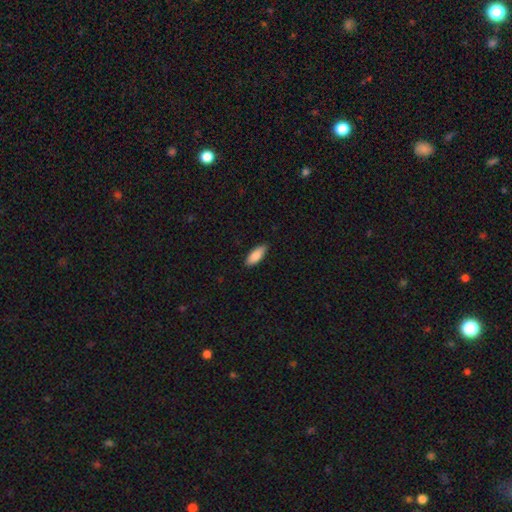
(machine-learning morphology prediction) Smooth or featured? smooth (86%)
How rounded? in between (77%)
Merging? none (85%)